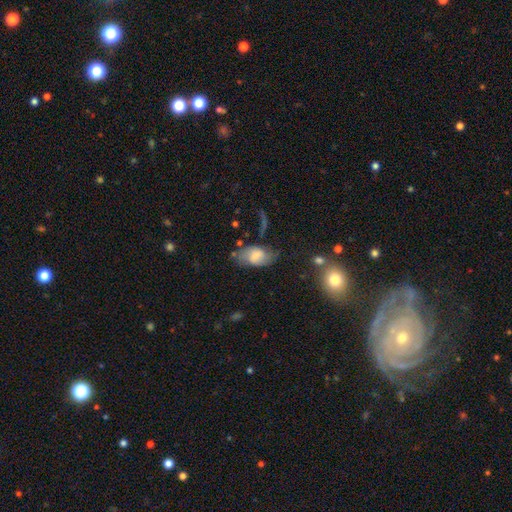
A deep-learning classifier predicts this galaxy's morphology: Smooth or featured? smooth (56%)
How rounded? in between (91%)
Merging? none (54%)